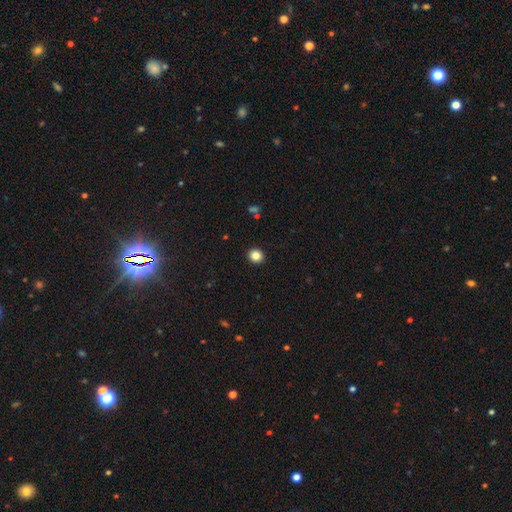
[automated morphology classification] smooth 84%, star or artifact 11%, featured or disk 5%. Down the decision tree: how rounded — round (86%); merging — none (93%).